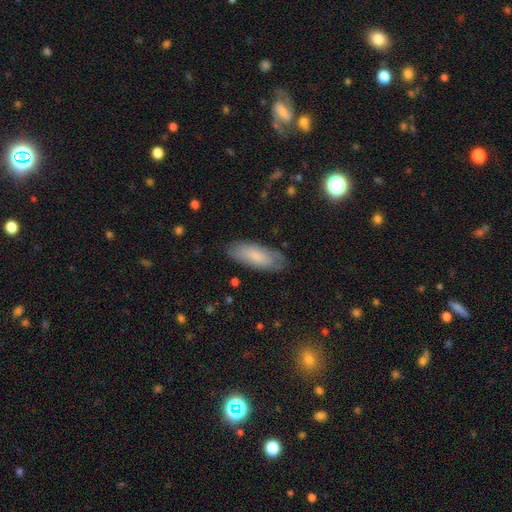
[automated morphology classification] A smooth galaxy with no disk features (73%) that is in between round and cigar-shaped (73%).

Vote fractions:
- Smooth or featured? smooth: 73% / featured or disk: 20% / star or artifact: 7%
- How rounded? in between: 73% / cigar-shaped: 25% / round: 2%
- Merging? none: 79% / minor disturbance: 16% / major disturbance: 4% / merger: 1%